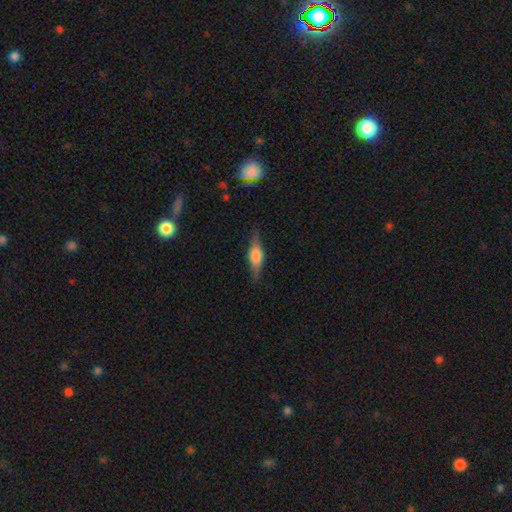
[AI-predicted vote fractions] Smooth or featured? featured or disk (49%)
Merging? none (84%)